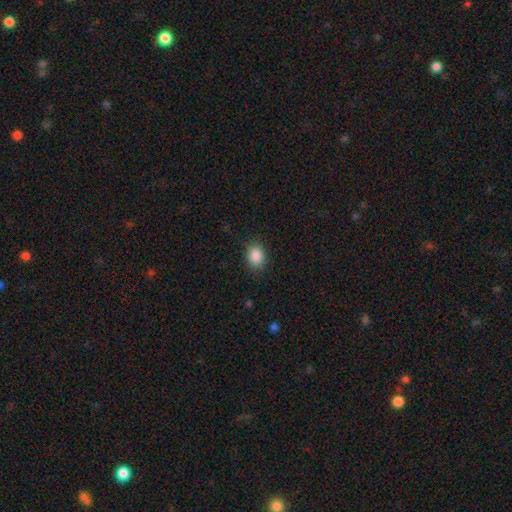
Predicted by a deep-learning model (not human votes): Overall: smooth (87%). How rounded: in between (55%; round 44%). Merging: none (86%).